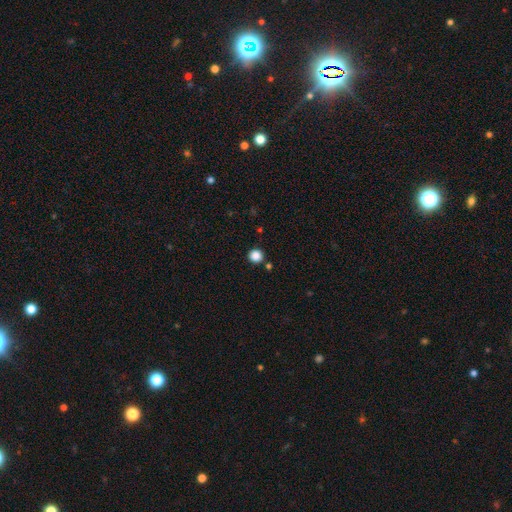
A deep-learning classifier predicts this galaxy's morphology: smooth-or-featured: smooth: 86% | star or artifact: 11% | featured or disk: 3%
  how-rounded: round: 93% | in between: 6% | cigar-shaped: 1%
  merging: none: 87% | minor disturbance: 6% | merger: 5% | major disturbance: 2%